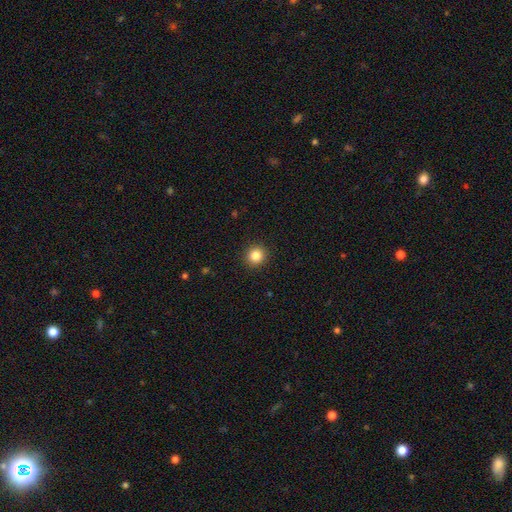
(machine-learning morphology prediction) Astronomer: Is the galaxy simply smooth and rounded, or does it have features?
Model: smooth — 85%.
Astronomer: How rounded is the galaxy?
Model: round — 92%.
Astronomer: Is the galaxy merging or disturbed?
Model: none — 92%.